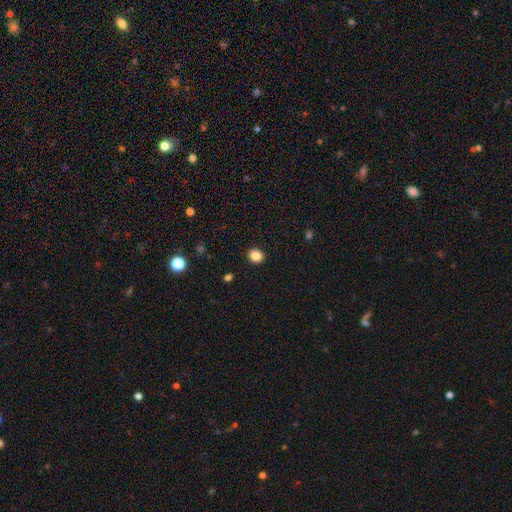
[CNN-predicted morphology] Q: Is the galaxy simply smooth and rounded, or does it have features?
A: smooth — 86%.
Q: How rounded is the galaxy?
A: round — 63%.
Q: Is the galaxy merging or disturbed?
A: none — 91%.